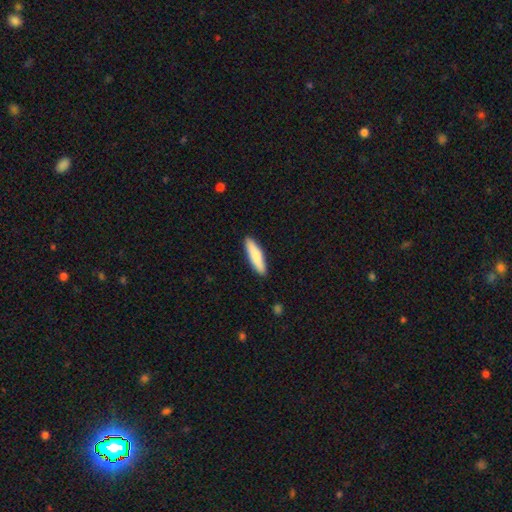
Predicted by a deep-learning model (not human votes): Overall: smooth (80%). How rounded: cigar-shaped (78%). Merging: none (90%).